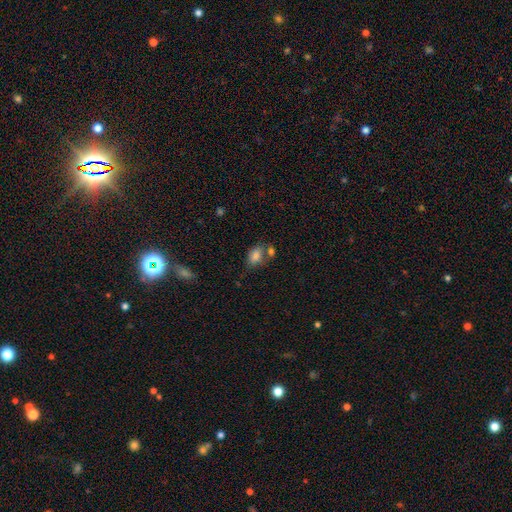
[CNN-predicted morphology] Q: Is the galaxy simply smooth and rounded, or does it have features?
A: smooth — 82%.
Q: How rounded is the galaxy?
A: in between — 82%.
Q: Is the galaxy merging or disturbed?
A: none — 48%.